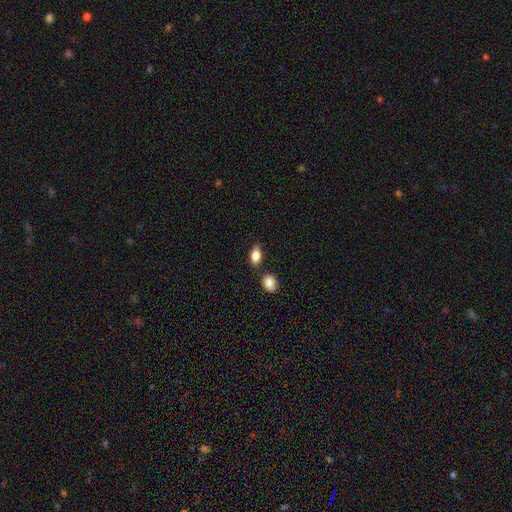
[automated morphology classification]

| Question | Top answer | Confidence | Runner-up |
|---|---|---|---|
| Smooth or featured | smooth | 85% | star or artifact (7%) |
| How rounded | in between | 88% | round (7%) |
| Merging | none | 77% | minor disturbance (12%) |